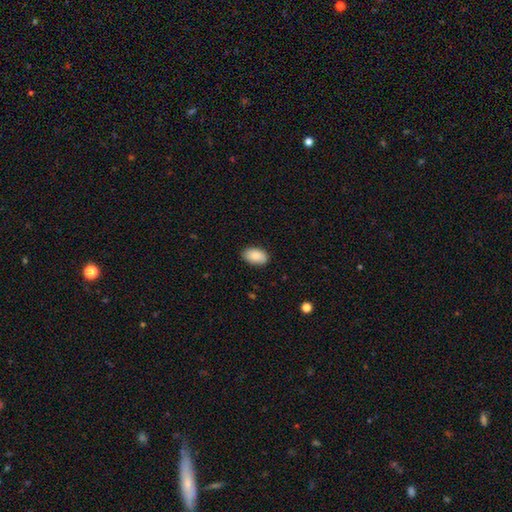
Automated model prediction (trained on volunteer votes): This is clearly a smooth galaxy (88%). How rounded: clearly in between (93%). Merging: clearly none (86%).